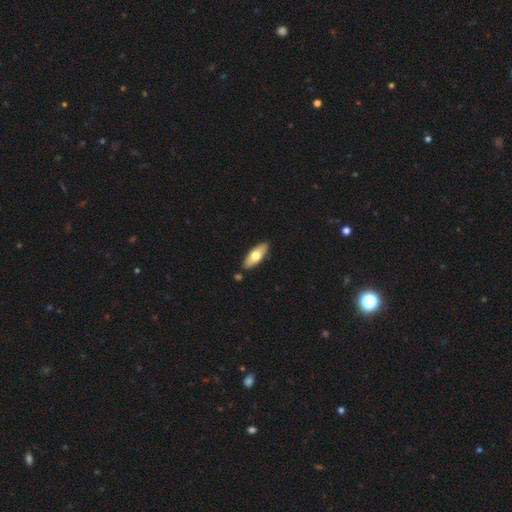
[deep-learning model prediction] smooth_or_featured: smooth (p=0.62) [alt: featured or disk p=0.32]
how_rounded: in between (p=0.73) [alt: cigar-shaped p=0.25]
merging: none (p=0.86) [alt: minor disturbance p=0.09]